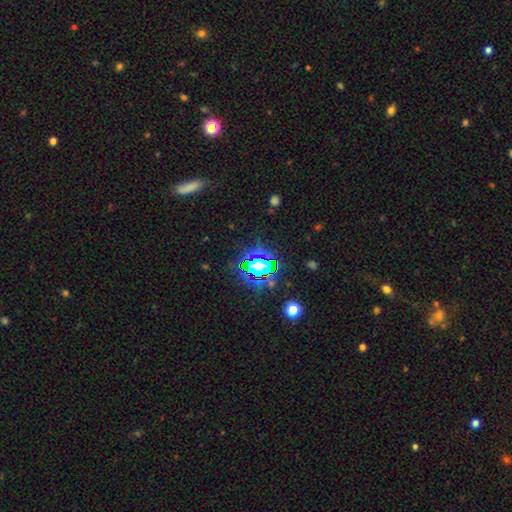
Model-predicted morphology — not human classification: A star or artifact, not a galaxy (67%).